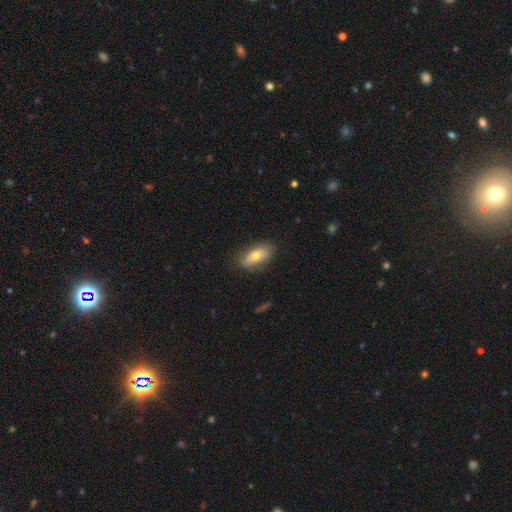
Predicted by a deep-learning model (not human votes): A smooth galaxy with no disk features (62%) that is in between round and cigar-shaped (85%).

Vote fractions:
- Smooth or featured? smooth: 62% / featured or disk: 31% / star or artifact: 7%
- How rounded? in between: 85% / cigar-shaped: 11% / round: 4%
- Merging? none: 77% / minor disturbance: 18% / major disturbance: 4% / merger: 1%